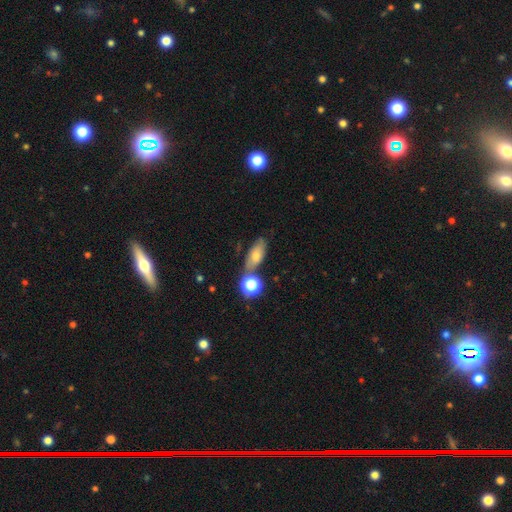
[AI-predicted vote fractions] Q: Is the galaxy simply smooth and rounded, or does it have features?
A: smooth — 67%.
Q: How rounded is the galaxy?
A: in between — 76%.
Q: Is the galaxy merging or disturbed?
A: none — 62%.